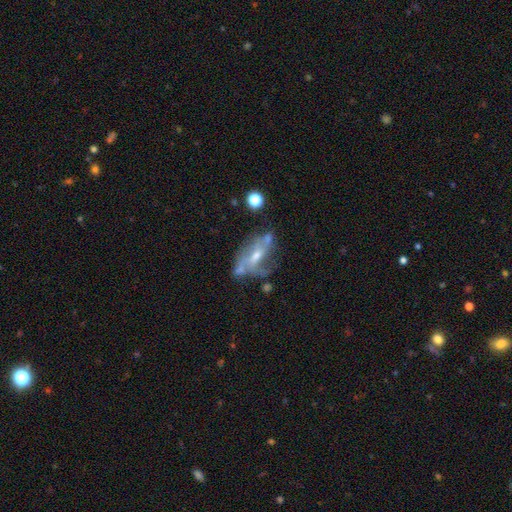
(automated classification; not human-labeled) Q: Smooth or featured?
A: featured or disk (68%); runner-up: smooth (21%)
Q: Edge-on disk?
A: no (89%); runner-up: yes (11%)
Q: Bar?
A: no (52%); runner-up: weak (33%)
Q: Spiral arms?
A: yes (53%); runner-up: no (47%)
Q: Bulge size?
A: moderate (47%); runner-up: small (44%)
Q: Merging?
A: none (39%); runner-up: major disturbance (23%)